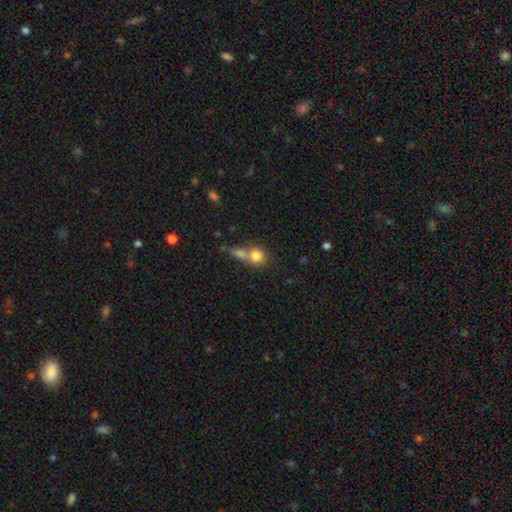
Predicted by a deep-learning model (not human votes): smooth_or_featured: smooth (p=0.79) [alt: featured or disk p=0.11]
how_rounded: round (p=0.78) [alt: in between p=0.21]
merging: merger (p=0.52) [alt: none p=0.36]